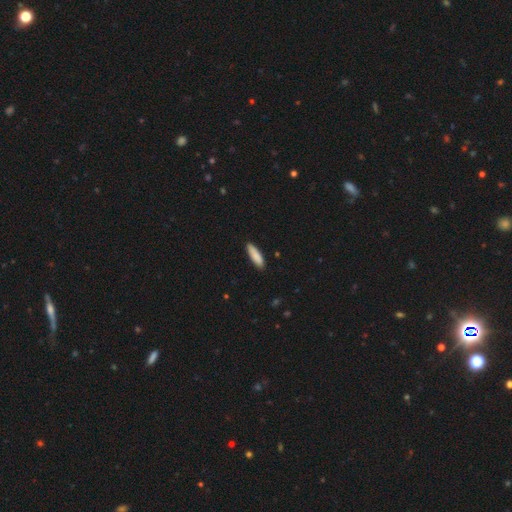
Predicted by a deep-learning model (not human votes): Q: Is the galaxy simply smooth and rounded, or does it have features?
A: smooth — 87%.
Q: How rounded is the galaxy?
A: cigar-shaped — 60%.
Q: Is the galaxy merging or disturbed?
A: none — 87%.